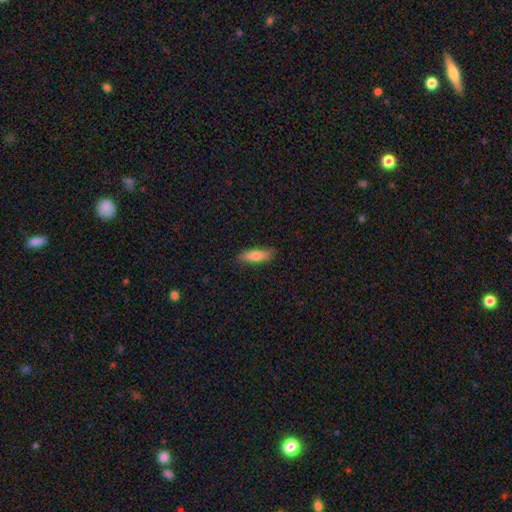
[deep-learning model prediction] This appears to be a smooth galaxy with no disk features (76%) that is cigar-shaped (50%). Merging: none (84%).